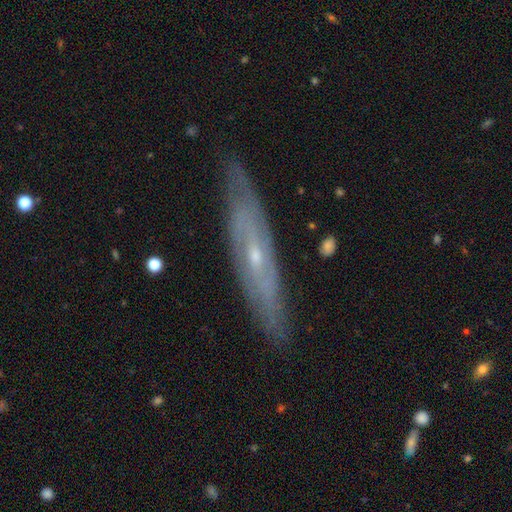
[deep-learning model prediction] Smooth or featured? featured or disk (76%)
Edge-on disk? yes (52%)
Merging? none (83%)